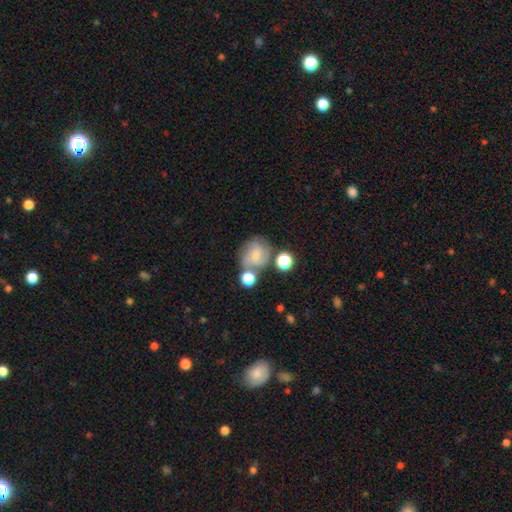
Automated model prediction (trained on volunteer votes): This is marginally a featured or disk galaxy (45%). Merging: possibly none (52%).